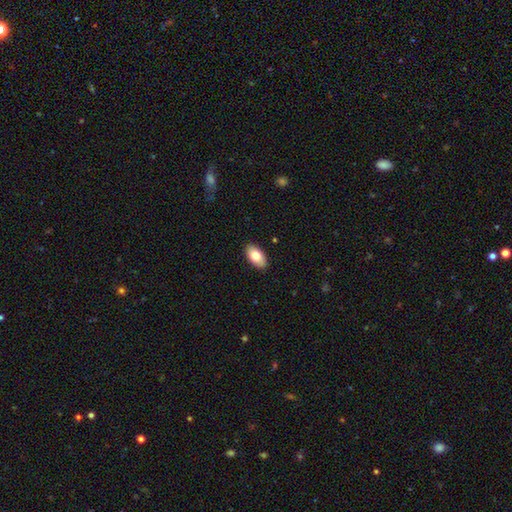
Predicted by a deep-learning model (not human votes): Morphology: type=smooth (80%); roundness=in between (94%); merging=none (89%).